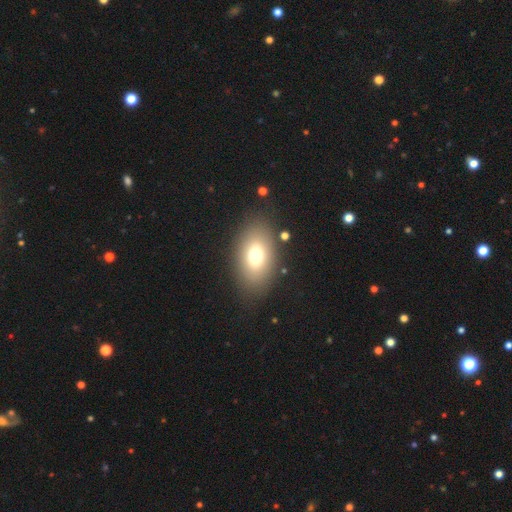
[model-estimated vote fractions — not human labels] The model was most divided on "smooth or featured": smooth: 73%, featured or disk: 17%, star or artifact: 10%. More confident: how rounded — in between (86%); merging — none (83%).